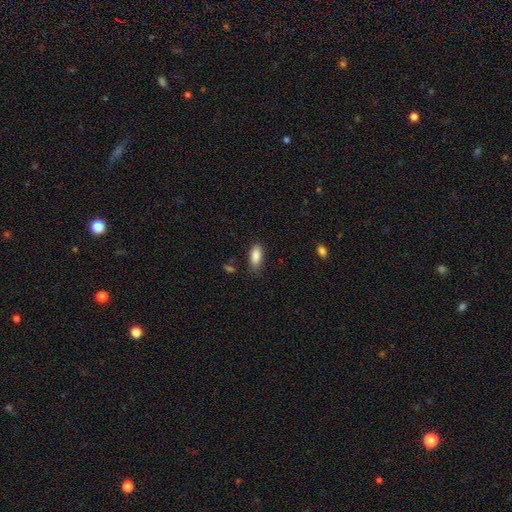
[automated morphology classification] type=smooth (86%); roundness=in between (84%); merging=none (78%).